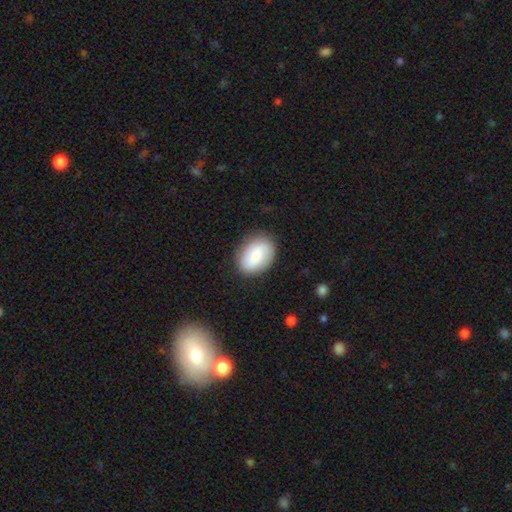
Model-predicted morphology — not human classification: smooth_or_featured: smooth (p=0.74) [alt: featured or disk p=0.19]
how_rounded: in between (p=0.76) [alt: round p=0.22]
merging: none (p=0.84) [alt: minor disturbance p=0.11]